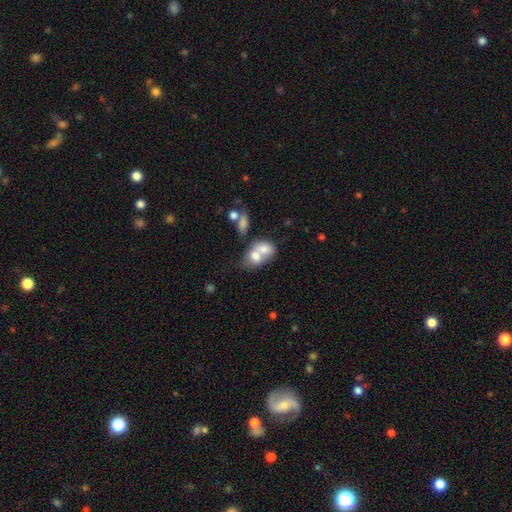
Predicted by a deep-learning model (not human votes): Morphology: type=smooth (70%); roundness=in between (67%); merging=merger (74%).